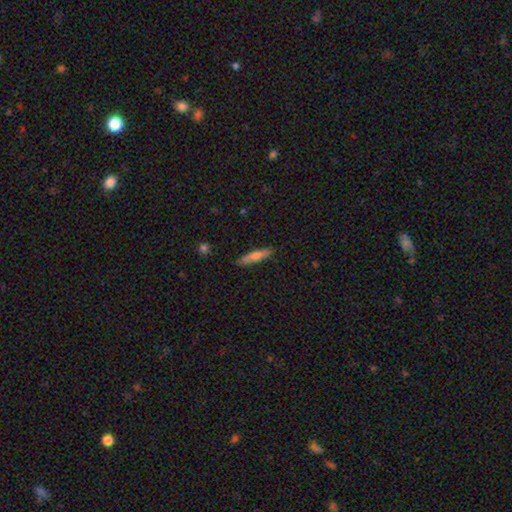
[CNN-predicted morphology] Q: Smooth or featured?
A: smooth (67%); runner-up: featured or disk (26%)
Q: How rounded?
A: cigar-shaped (85%); runner-up: in between (14%)
Q: Merging?
A: none (86%); runner-up: minor disturbance (11%)